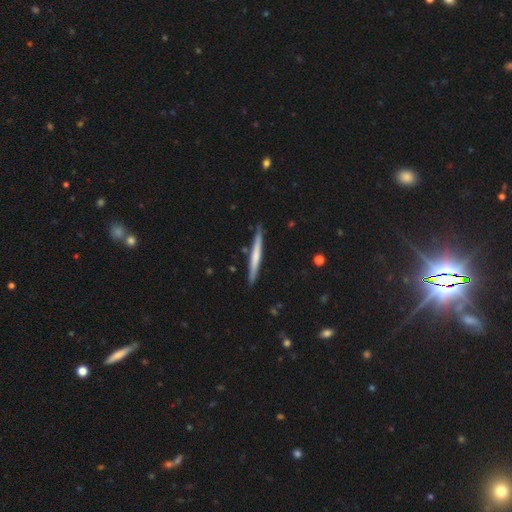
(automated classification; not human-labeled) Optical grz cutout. It shows a smooth galaxy with no disk features (52%) that is cigar-shaped (97%). Merging: none (87%).